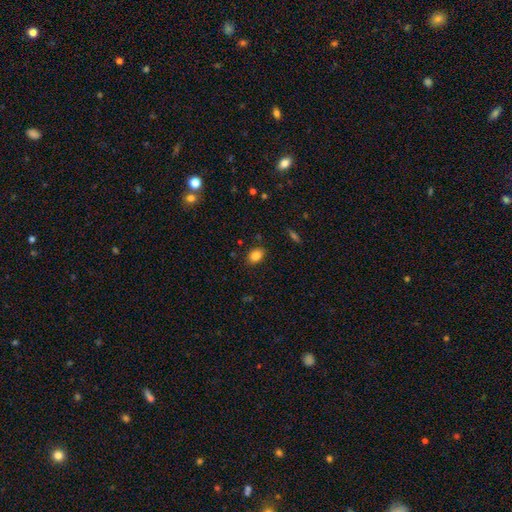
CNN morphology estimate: Smooth or featured? smooth (84%)
How rounded? in between (77%)
Merging? none (85%)